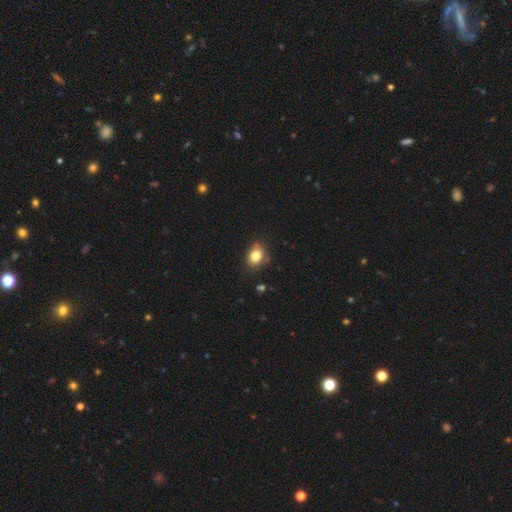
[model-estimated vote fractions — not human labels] smooth_or_featured: smooth (p=0.82) [alt: star or artifact p=0.10]
how_rounded: in between (p=0.61) [alt: round p=0.38]
merging: none (p=0.73) [alt: minor disturbance p=0.20]